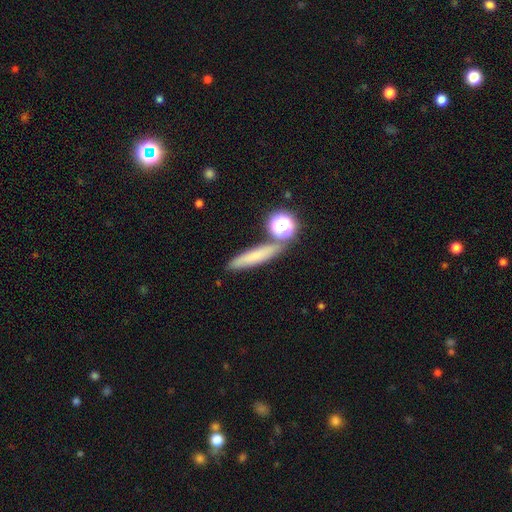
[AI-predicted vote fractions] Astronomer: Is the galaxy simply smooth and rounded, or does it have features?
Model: smooth — 67%.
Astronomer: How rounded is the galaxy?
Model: cigar-shaped — 76%.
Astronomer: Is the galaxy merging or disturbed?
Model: none — 78%.